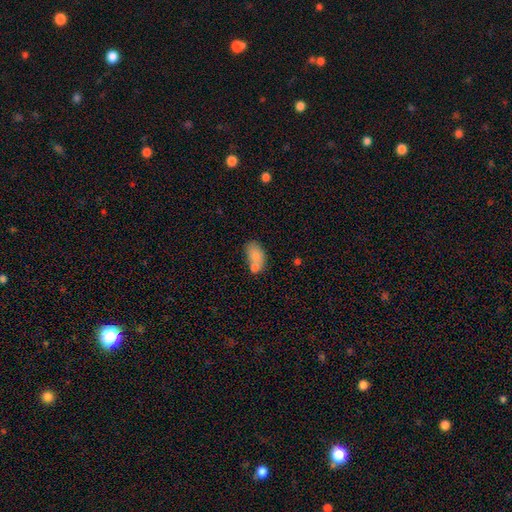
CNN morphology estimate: The model was most divided on "merging": none: 41%, merger: 35%, minor disturbance: 17%, major disturbance: 7%. More confident: how rounded — in between (89%); smooth or featured — smooth (78%).